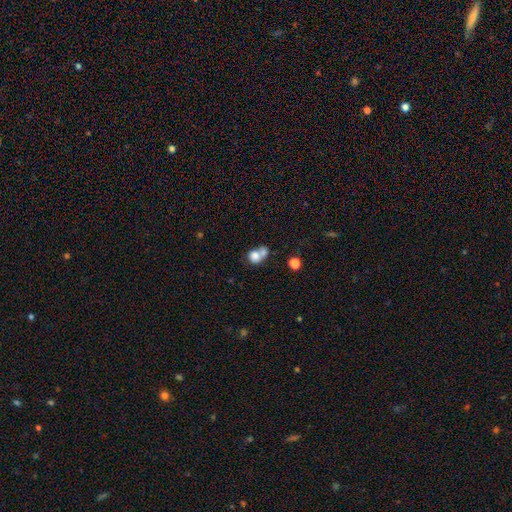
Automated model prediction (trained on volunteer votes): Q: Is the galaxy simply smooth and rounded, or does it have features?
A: smooth — 76%.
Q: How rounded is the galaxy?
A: round — 65%.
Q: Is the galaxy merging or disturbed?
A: merger — 64%.